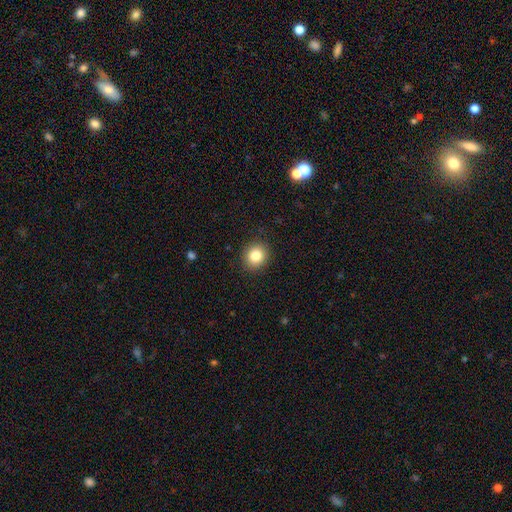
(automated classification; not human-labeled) This appears to be a smooth galaxy with no disk features (84%) that is round (83%). Merging: none (90%).